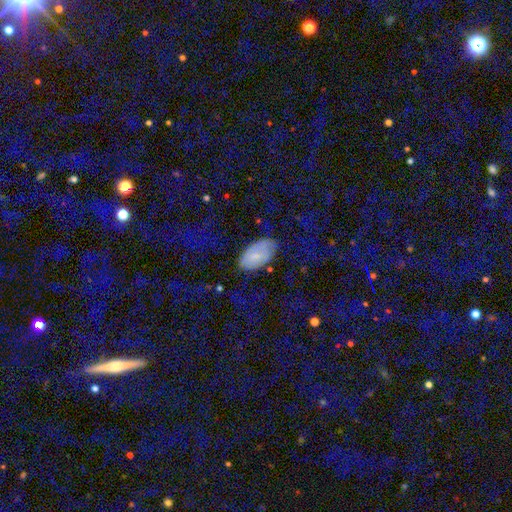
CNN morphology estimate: This is likely a smooth galaxy (64%). How rounded: clearly in between (95%). Merging: likely none (64%).